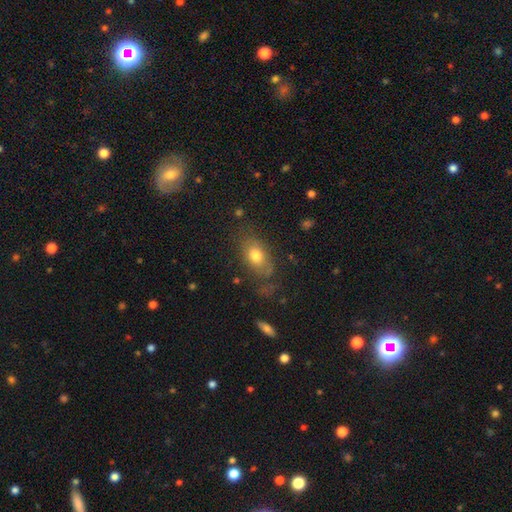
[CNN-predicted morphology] Smooth or featured: smooth — 70% (featured or disk — 20%)
How rounded: in between — 85% (round — 12%)
Merging: none — 64% (minor disturbance — 21%)